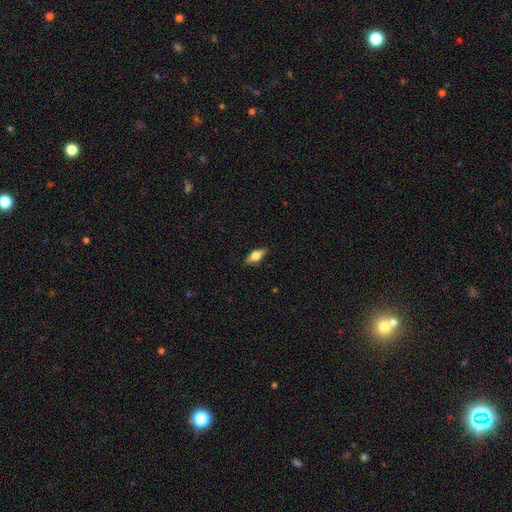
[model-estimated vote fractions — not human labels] Smooth or featured: smooth — 51% (featured or disk — 41%)
How rounded: in between — 74% (cigar-shaped — 21%)
Merging: none — 84% (minor disturbance — 12%)